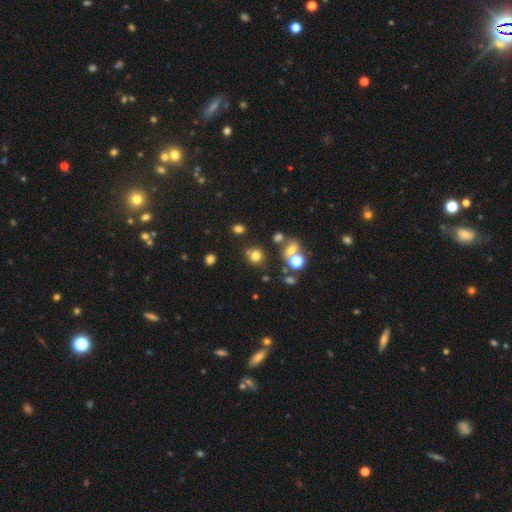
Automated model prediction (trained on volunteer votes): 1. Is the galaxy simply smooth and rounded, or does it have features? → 72% smooth, 20% star or artifact, 9% featured or disk.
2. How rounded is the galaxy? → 84% round, 15% in between, 1% cigar-shaped.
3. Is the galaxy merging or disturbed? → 68% none, 15% merger, 12% minor disturbance, 5% major disturbance.